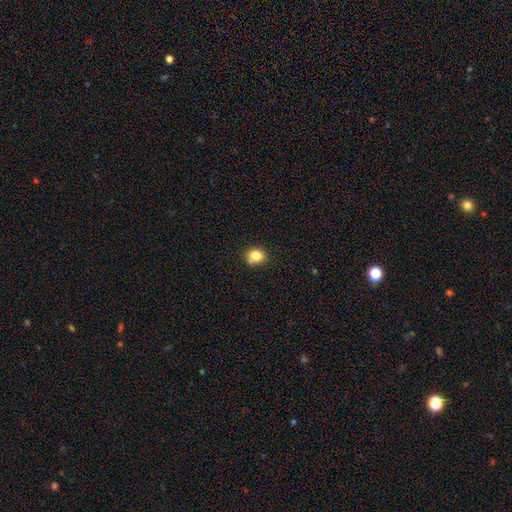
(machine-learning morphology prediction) This is clearly a smooth galaxy (83%). How rounded: likely round (76%). Merging: likely none (80%).